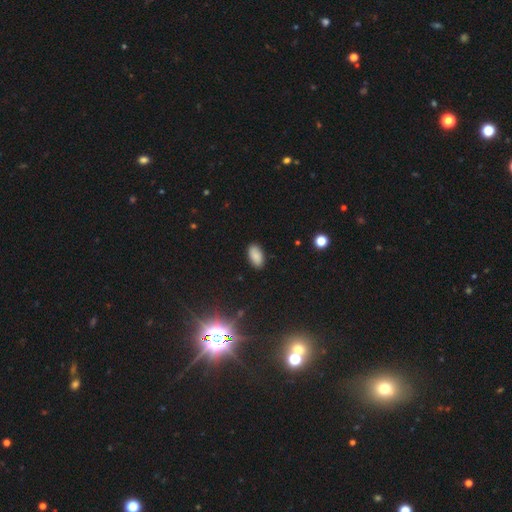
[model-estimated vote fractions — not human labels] A smooth galaxy with no disk features (86%) that is in between round and cigar-shaped (95%). Merging: none (88%).